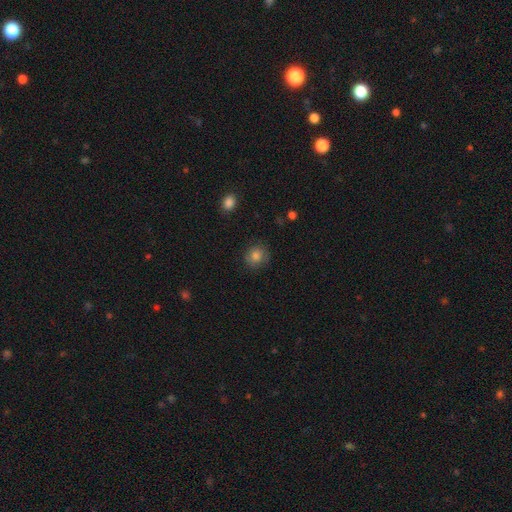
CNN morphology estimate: The model was most divided on "merging": none: 82%, minor disturbance: 13%, major disturbance: 4%, merger: 1%. More confident: how rounded — round (85%); smooth or featured — smooth (82%).